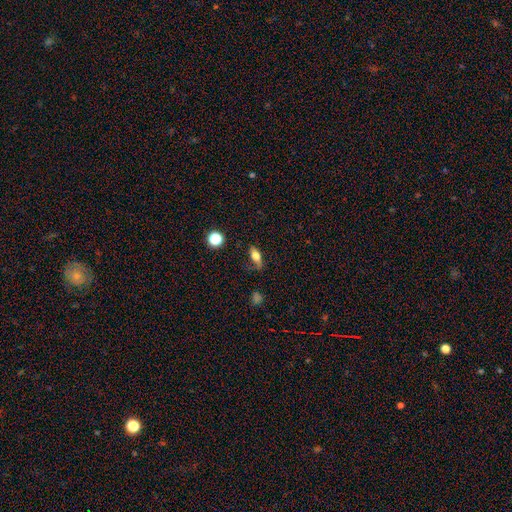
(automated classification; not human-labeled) Smooth or featured?
  - smooth: 63% *
  - featured or disk: 27%
  - star or artifact: 10%
How rounded?
  - in between: 70% *
  - cigar-shaped: 19%
  - round: 10%
Merging?
  - none: 62% *
  - minor disturbance: 24%
  - major disturbance: 11%
  - merger: 3%